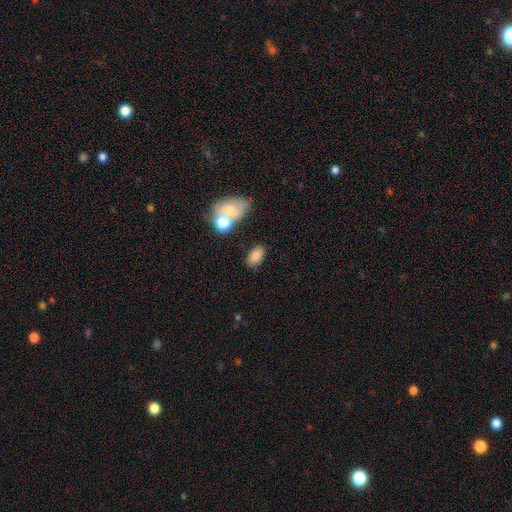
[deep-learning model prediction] Q: Smooth or featured?
A: smooth (81%); runner-up: star or artifact (11%)
Q: How rounded?
A: in between (90%); runner-up: round (8%)
Q: Merging?
A: none (76%); runner-up: minor disturbance (12%)